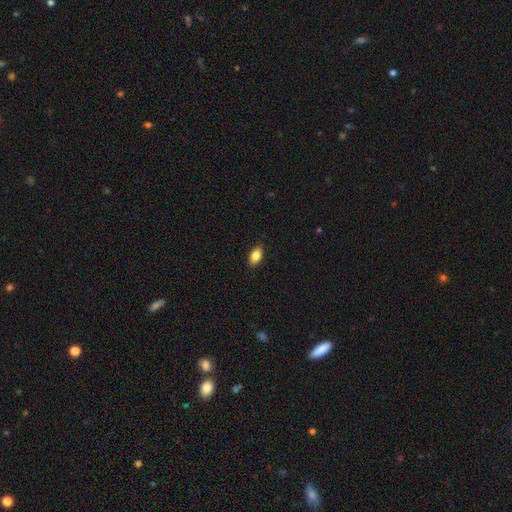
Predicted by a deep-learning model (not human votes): A smooth galaxy with no disk features (83%) that is in between round and cigar-shaped (89%).

Vote fractions:
- Smooth or featured? smooth: 83% / featured or disk: 9% / star or artifact: 8%
- How rounded? in between: 89% / round: 6% / cigar-shaped: 5%
- Merging? none: 86% / minor disturbance: 11% / major disturbance: 2% / merger: 1%